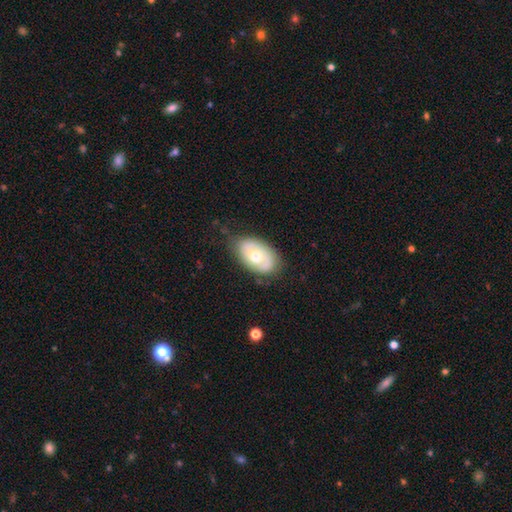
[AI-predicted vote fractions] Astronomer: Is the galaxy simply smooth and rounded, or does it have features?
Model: smooth — 49% (runner-up: featured or disk, 44%).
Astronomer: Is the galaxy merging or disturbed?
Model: none — 71%.